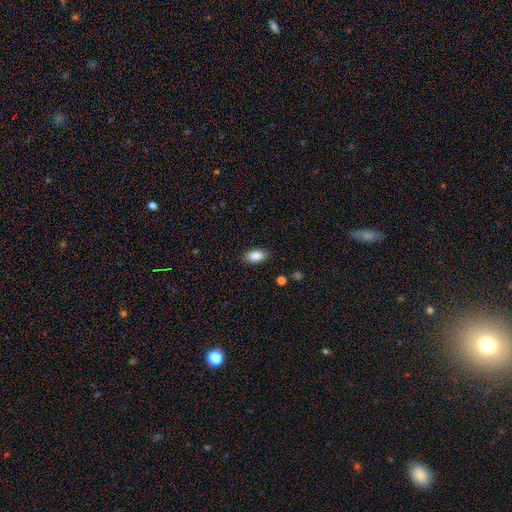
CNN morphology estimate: smooth-or-featured: smooth: 88% | star or artifact: 8% | featured or disk: 4%
  how-rounded: in between: 92% | round: 4% | cigar-shaped: 4%
  merging: none: 87% | minor disturbance: 10% | major disturbance: 2% | merger: 1%